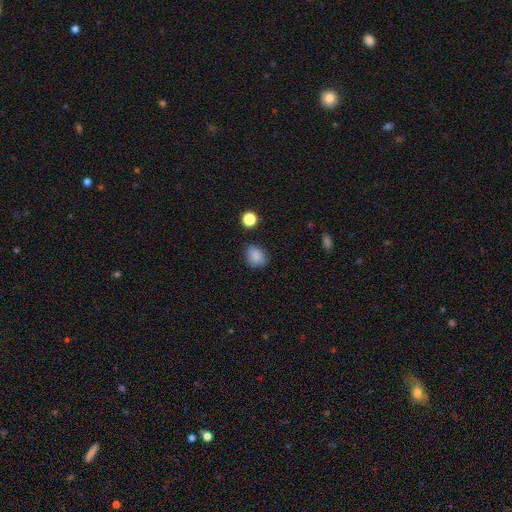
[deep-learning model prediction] Smooth or featured? smooth (84%)
How rounded? in between (49%, tied with round)
Merging? none (70%)